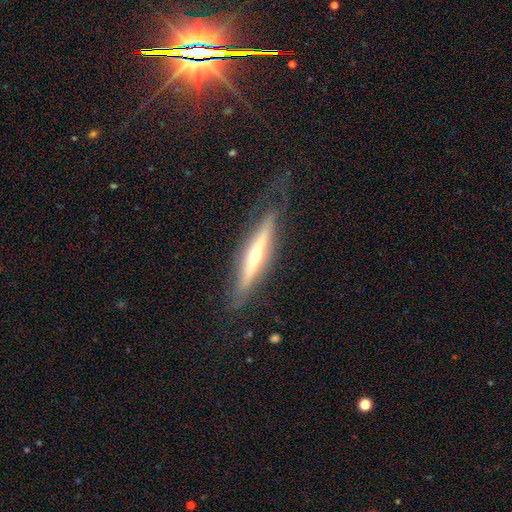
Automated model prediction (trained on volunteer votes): Morphology: type=featured or disk (72%); edge-on=yes (88%); edge-on bulge=rounded (82%); merging=none (69%).